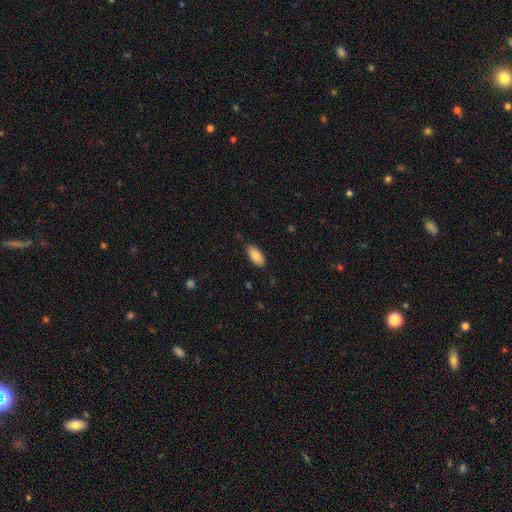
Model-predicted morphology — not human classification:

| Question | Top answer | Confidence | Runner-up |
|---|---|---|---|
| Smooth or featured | smooth | 87% | star or artifact (7%) |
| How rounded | in between | 92% | cigar-shaped (6%) |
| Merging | none | 81% | minor disturbance (15%) |